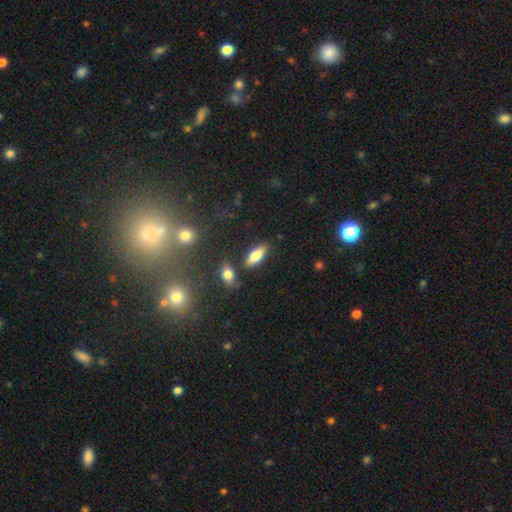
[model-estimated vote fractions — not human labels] smooth-or-featured: smooth: 74% | featured or disk: 19% | star or artifact: 7%
  how-rounded: in between: 77% | cigar-shaped: 20% | round: 3%
  merging: none: 81% | minor disturbance: 11% | merger: 5% | major disturbance: 3%